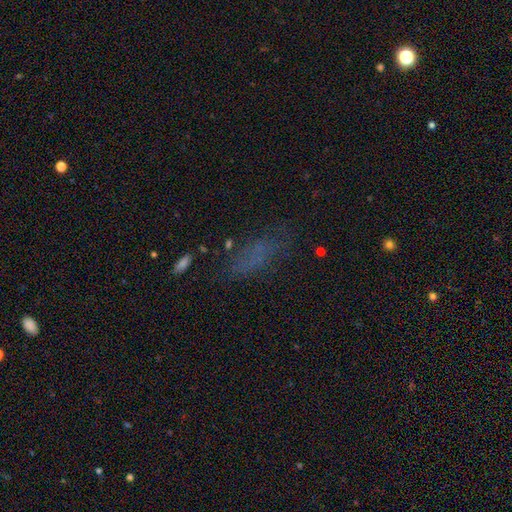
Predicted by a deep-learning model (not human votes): Smooth or featured: smooth — 56% (star or artifact — 25%)
How rounded: in between — 61% (cigar-shaped — 34%)
Merging: none — 62% (minor disturbance — 20%)